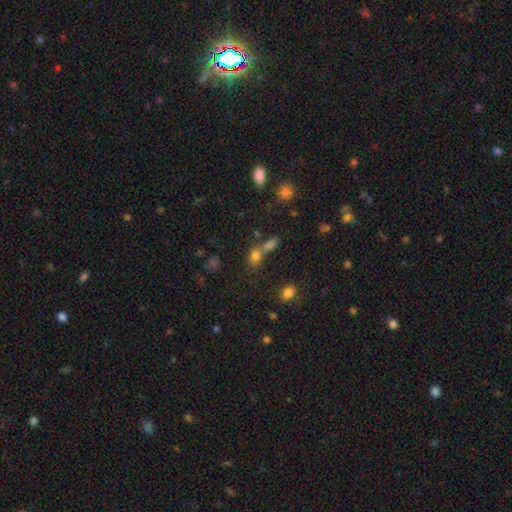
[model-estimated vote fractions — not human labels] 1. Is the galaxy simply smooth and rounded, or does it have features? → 73% smooth, 16% star or artifact, 10% featured or disk.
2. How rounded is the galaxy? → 55% in between, 41% round, 5% cigar-shaped.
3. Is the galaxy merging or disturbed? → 50% merger, 36% none, 8% minor disturbance, 5% major disturbance.